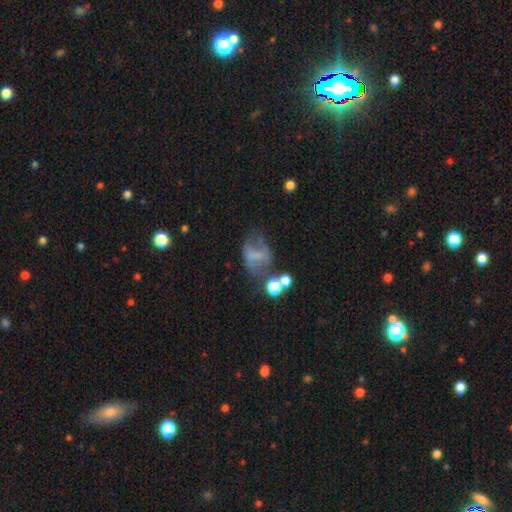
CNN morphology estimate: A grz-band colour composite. It shows a featured or disk galaxy (43%). Merging: none (38%).